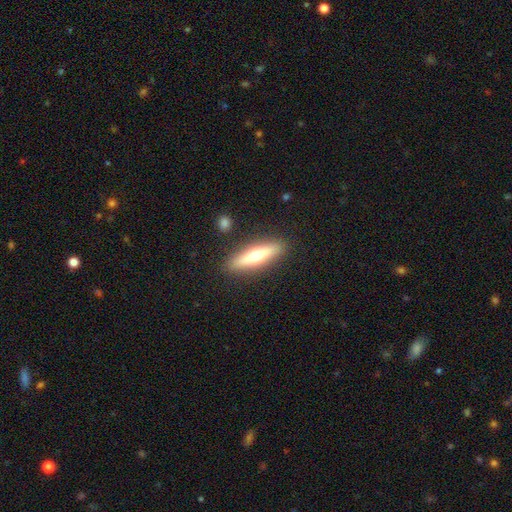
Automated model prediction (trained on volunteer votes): smooth-or-featured: featured or disk: 48% | smooth: 46% | star or artifact: 6%
  merging: none: 88% | minor disturbance: 8% | major disturbance: 2% | merger: 2%